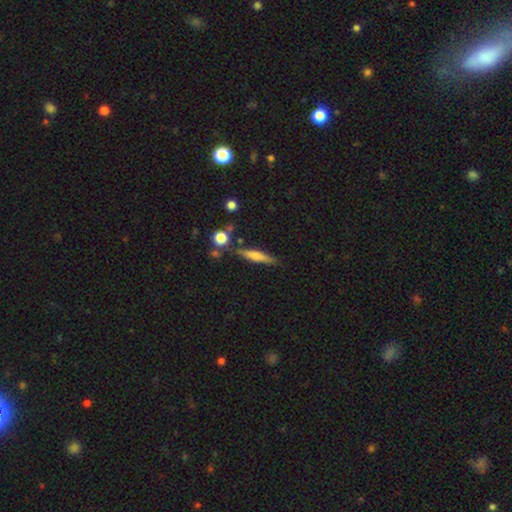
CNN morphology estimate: A smooth galaxy with no disk features (57%) that is cigar-shaped (87%). Merging: none (79%).